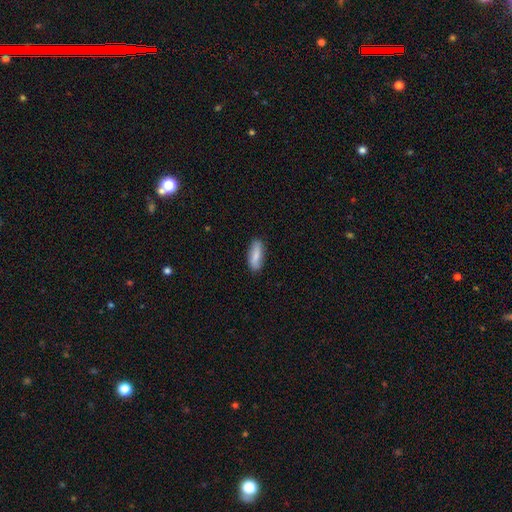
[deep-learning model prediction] Smooth or featured? smooth (82%)
How rounded? in between (66%)
Merging? none (84%)